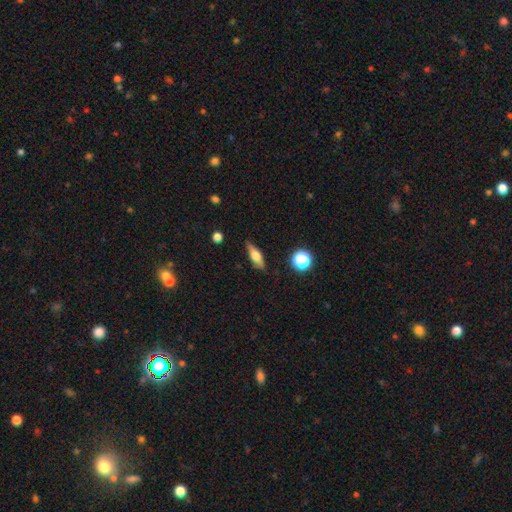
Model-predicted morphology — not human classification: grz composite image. It shows a smooth galaxy with no disk features (53%) that is in between round and cigar-shaped (47%, tied with cigar-shaped). Merging: none (85%).